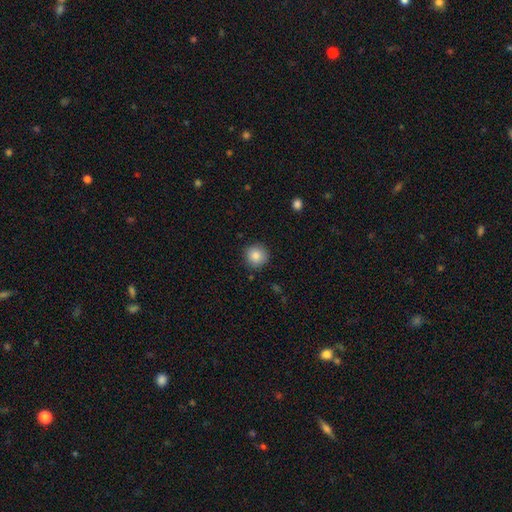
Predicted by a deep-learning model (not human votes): A smooth galaxy with no disk features (86%) that is round (93%).

Vote fractions:
- Smooth or featured? smooth: 86% / star or artifact: 9% / featured or disk: 5%
- How rounded? round: 93% / in between: 6% / cigar-shaped: 1%
- Merging? none: 90% / minor disturbance: 7% / major disturbance: 2% / merger: 1%